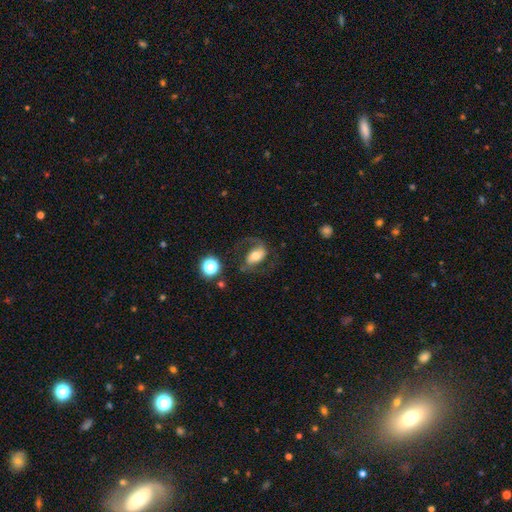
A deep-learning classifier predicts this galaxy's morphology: This appears to be a featured or disk galaxy (59%) with no bar (39%), spiral arms (84%) and a moderate central bulge (59%). Merging: none (59%).